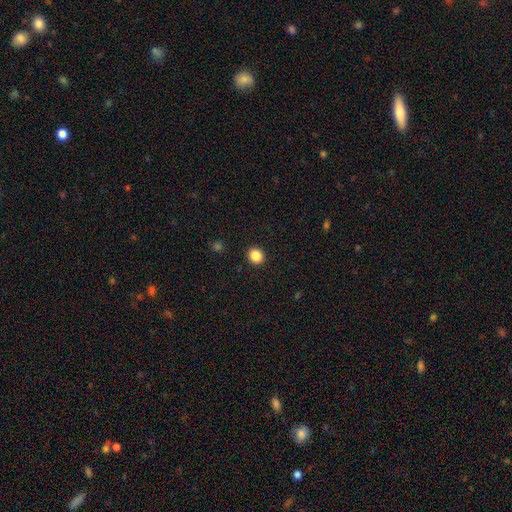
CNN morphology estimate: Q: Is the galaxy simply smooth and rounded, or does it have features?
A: smooth — 87%.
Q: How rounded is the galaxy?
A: round — 86%.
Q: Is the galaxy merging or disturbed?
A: none — 93%.